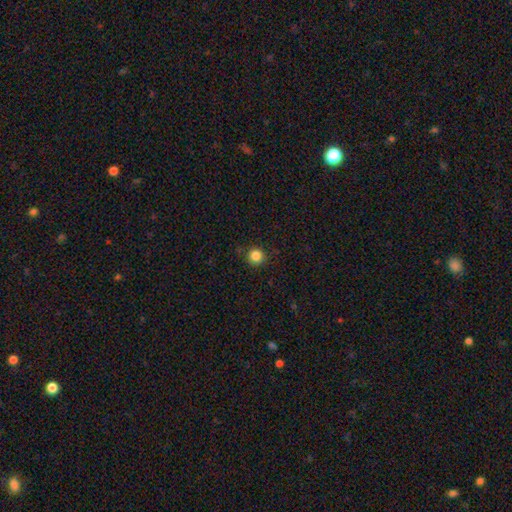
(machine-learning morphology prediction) Smooth or featured? Predicted: smooth (p=0.85). How rounded? Predicted: round (p=0.95). Merging? Predicted: none (p=0.89).